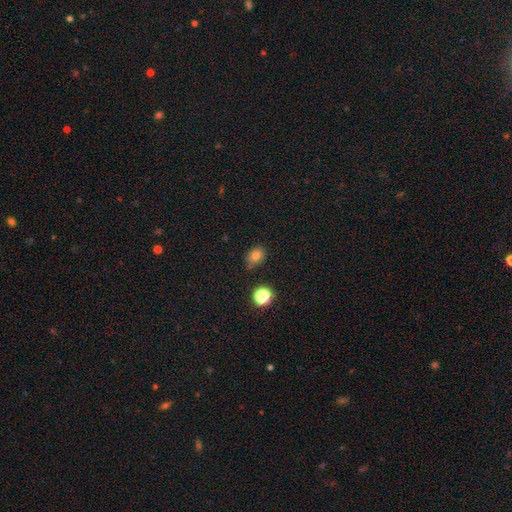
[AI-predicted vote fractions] The model was most divided on "how rounded": in between: 54%, round: 45%, cigar-shaped: 1%. More confident: smooth or featured — smooth (79%); merging — none (74%).